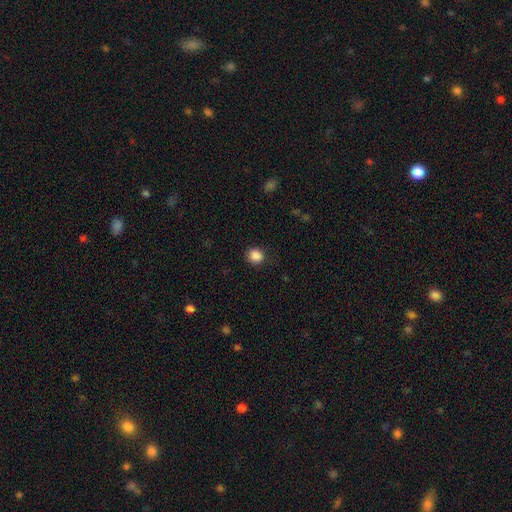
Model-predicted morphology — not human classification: Smooth or featured: smooth — 87% (star or artifact — 10%)
How rounded: round — 83% (in between — 16%)
Merging: none — 87% (minor disturbance — 9%)